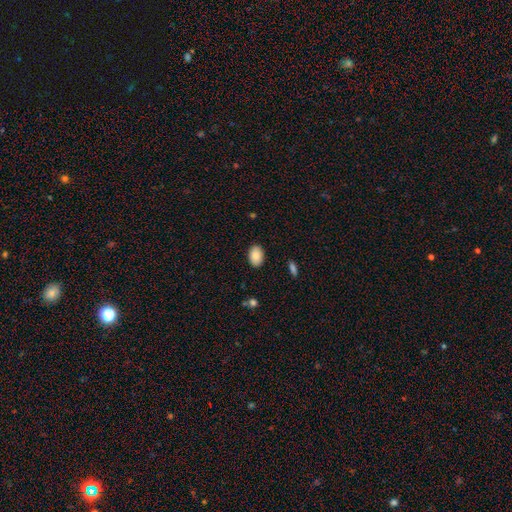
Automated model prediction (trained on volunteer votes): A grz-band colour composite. It shows a smooth galaxy with no disk features (88%) that is in between round and cigar-shaped (88%). Merging: none (88%).